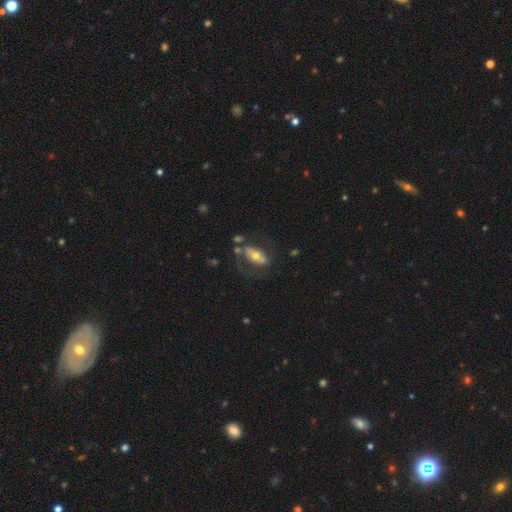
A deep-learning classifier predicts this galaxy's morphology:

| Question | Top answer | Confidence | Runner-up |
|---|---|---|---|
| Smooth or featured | featured or disk | 57% | smooth (37%) |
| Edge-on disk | no | 87% | yes (13%) |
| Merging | none | 46% | major disturbance (25%) |